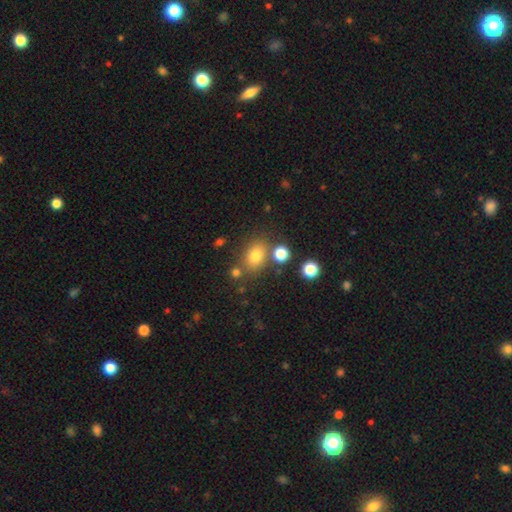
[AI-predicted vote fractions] Smooth or featured? smooth (77%)
How rounded? in between (63%)
Merging? none (70%)